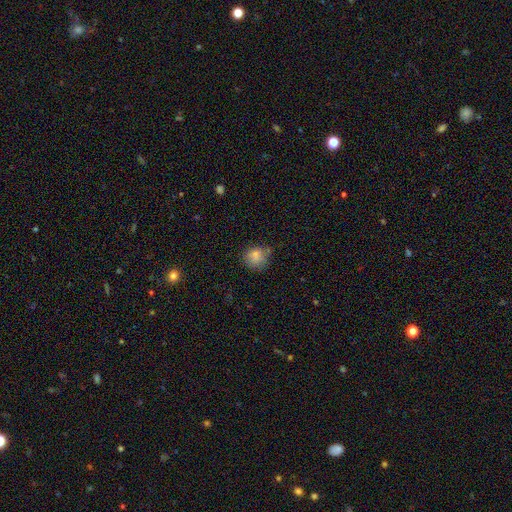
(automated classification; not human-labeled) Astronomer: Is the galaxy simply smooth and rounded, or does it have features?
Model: smooth — 82%.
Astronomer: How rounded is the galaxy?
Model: round — 86%.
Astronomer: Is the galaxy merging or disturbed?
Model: none — 71%.